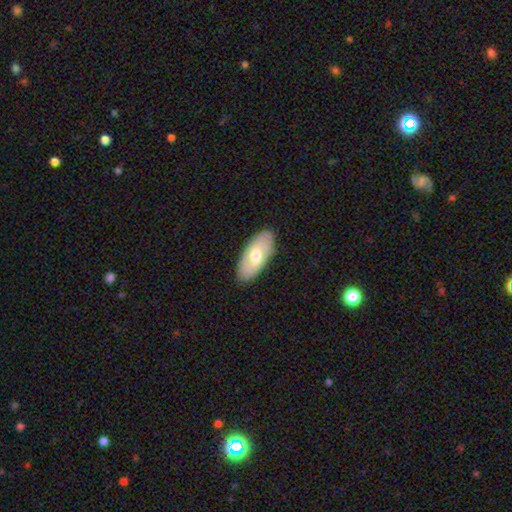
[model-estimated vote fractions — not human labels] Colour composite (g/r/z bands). It shows a smooth galaxy with no disk features (59%) that is in between round and cigar-shaped (88%). Merging: none (88%).